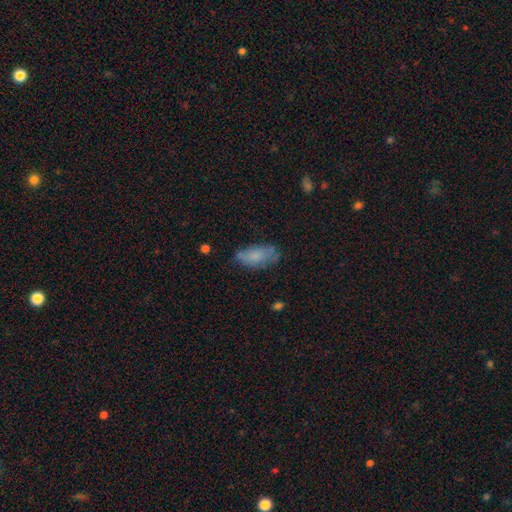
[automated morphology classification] Smooth or featured: smooth — 73% (featured or disk — 19%)
How rounded: in between — 86% (cigar-shaped — 11%)
Merging: none — 59% (minor disturbance — 28%)